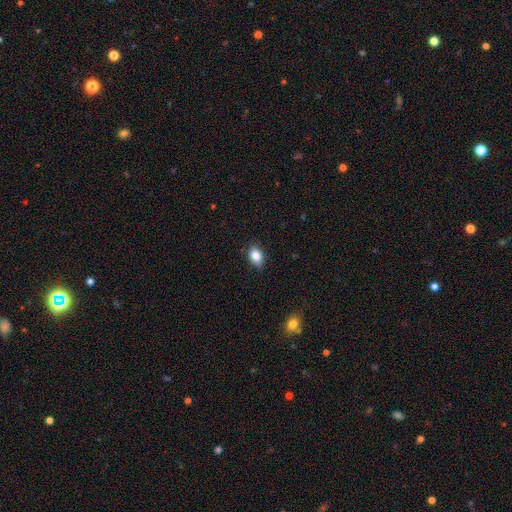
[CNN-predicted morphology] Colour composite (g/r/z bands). It shows a smooth galaxy with no disk features (84%) that is in between round and cigar-shaped (83%). Merging: none (85%).